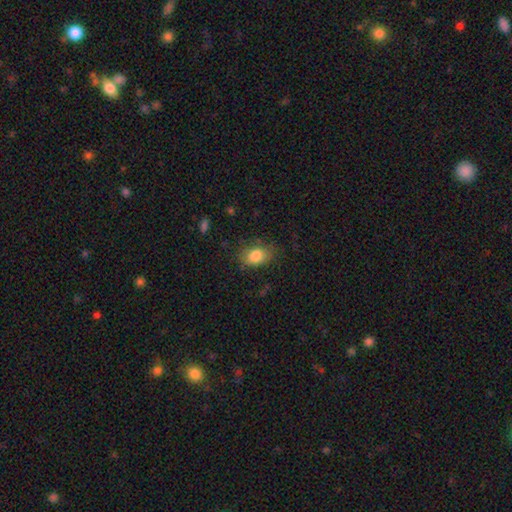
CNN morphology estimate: type=smooth (83%); roundness=in between (82%); merging=none (69%).